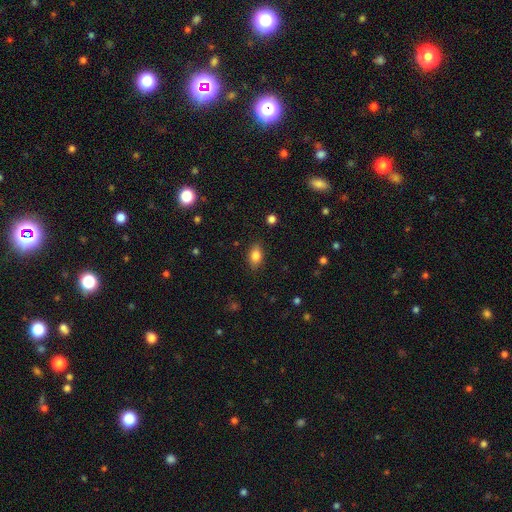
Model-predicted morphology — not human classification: A smooth galaxy with no disk features (83%) that is in between round and cigar-shaped (86%).

Vote fractions:
- Smooth or featured? smooth: 83% / star or artifact: 9% / featured or disk: 8%
- How rounded? in between: 86% / round: 12% / cigar-shaped: 3%
- Merging? none: 86% / minor disturbance: 10% / major disturbance: 3% / merger: 1%